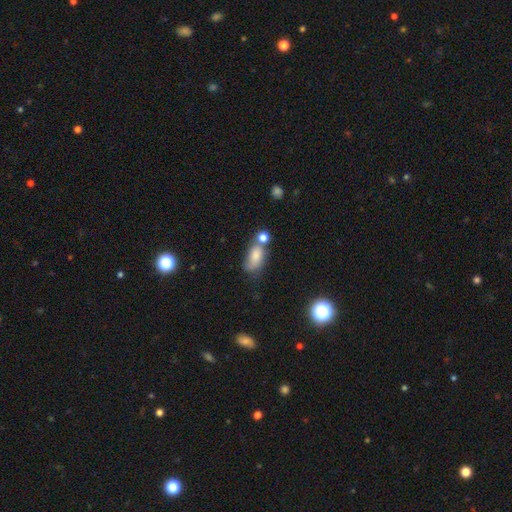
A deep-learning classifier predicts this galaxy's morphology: Smooth or featured: smooth — 76% (featured or disk — 14%)
How rounded: in between — 85% (round — 9%)
Merging: none — 36% (merger — 32%)